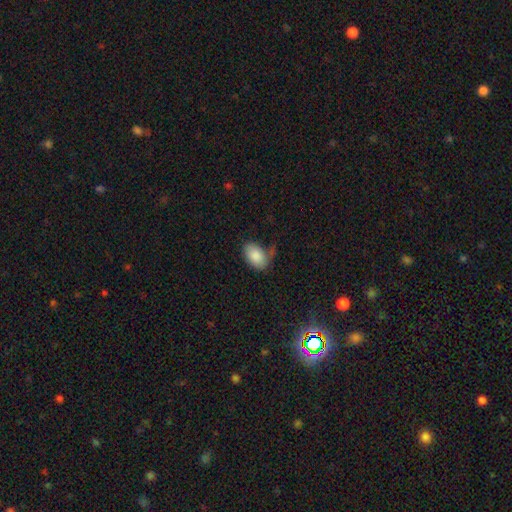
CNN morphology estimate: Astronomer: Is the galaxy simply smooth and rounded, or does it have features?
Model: smooth — 85%.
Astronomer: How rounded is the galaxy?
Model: in between — 88%.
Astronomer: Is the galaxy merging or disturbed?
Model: none — 52% (runner-up: minor disturbance, 28%).